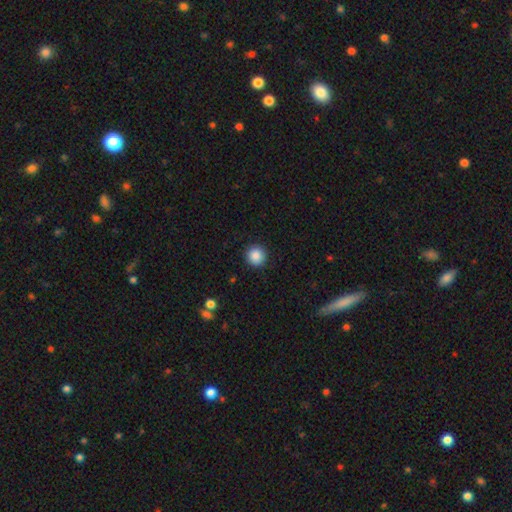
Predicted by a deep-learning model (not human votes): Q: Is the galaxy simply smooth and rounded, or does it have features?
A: smooth — 87%.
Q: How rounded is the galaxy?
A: round — 95%.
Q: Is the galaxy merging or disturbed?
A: none — 92%.